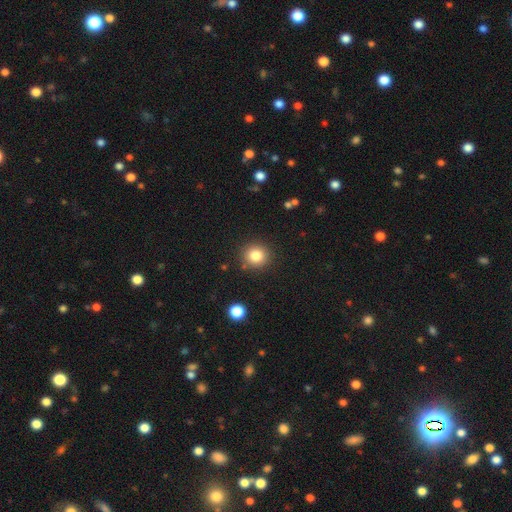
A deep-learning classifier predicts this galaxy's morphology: This appears to be a smooth galaxy with no disk features (82%) that is round (90%). Merging: none (88%).